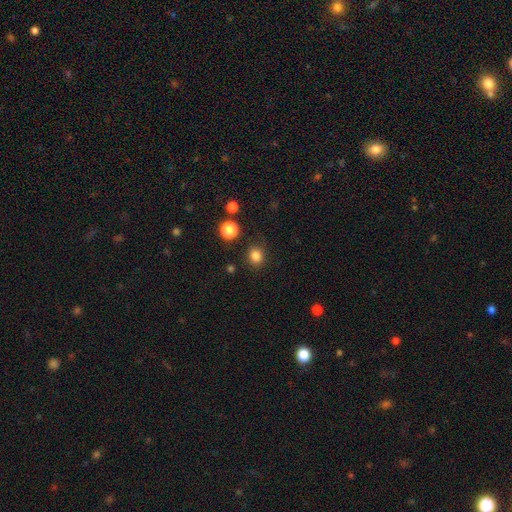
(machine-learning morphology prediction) Smooth or featured? Predicted: smooth (p=0.83). How rounded? Predicted: round (p=0.75). Merging? Predicted: none (p=0.85).